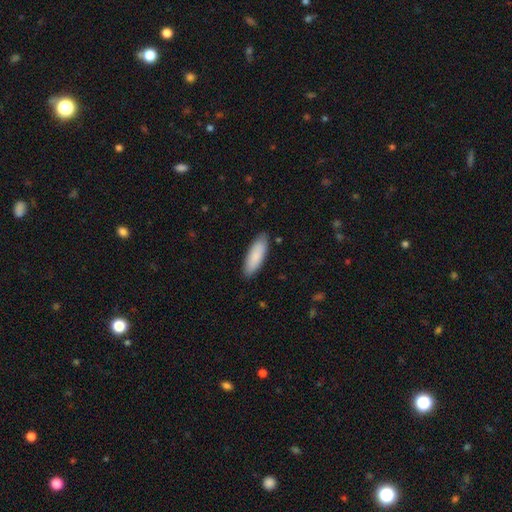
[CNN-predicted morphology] Smooth or featured? Predicted: smooth (p=0.87). How rounded? Predicted: in between (p=0.59). Merging? Predicted: none (p=0.87).